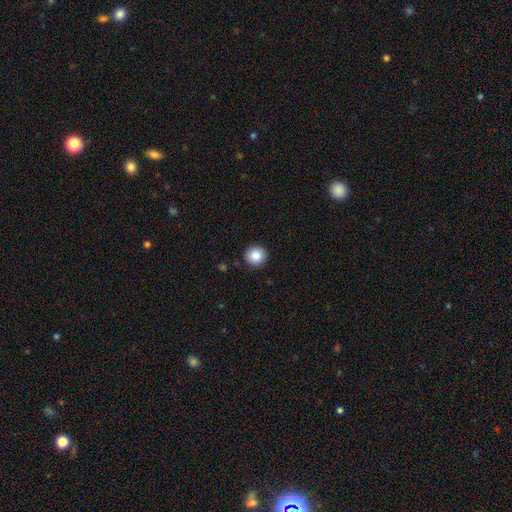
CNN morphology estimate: smooth-or-featured: smooth: 86% | star or artifact: 8% | featured or disk: 5%
  how-rounded: round: 91% | in between: 8% | cigar-shaped: 1%
  merging: none: 91% | minor disturbance: 6% | major disturbance: 2% | merger: 1%